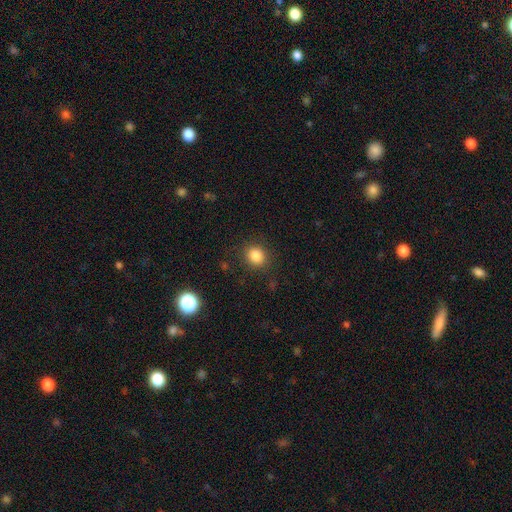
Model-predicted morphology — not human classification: Q: Smooth or featured?
A: smooth (84%); runner-up: star or artifact (11%)
Q: How rounded?
A: round (74%); runner-up: in between (25%)
Q: Merging?
A: none (86%); runner-up: minor disturbance (9%)